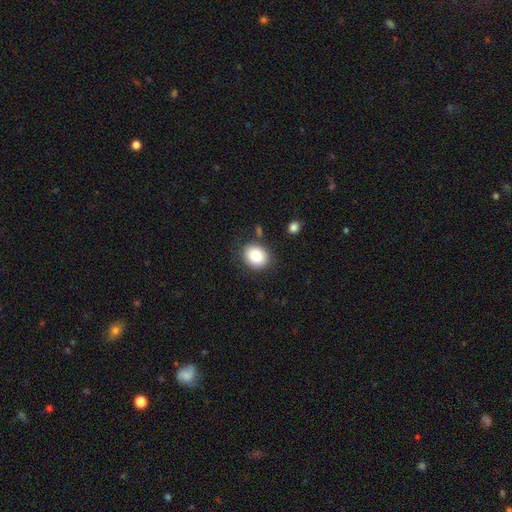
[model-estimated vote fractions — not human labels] The model was most divided on "how rounded": round: 57%, in between: 42%, cigar-shaped: 1%. More confident: merging — none (83%); smooth or featured — smooth (83%).